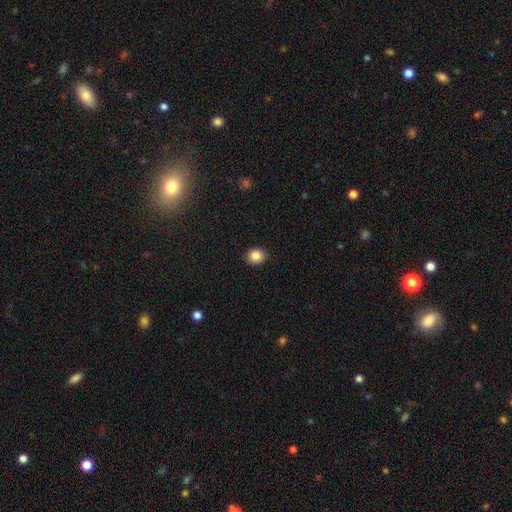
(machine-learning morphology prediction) This is clearly a smooth galaxy (86%). How rounded: likely round (66%). Merging: clearly none (90%).